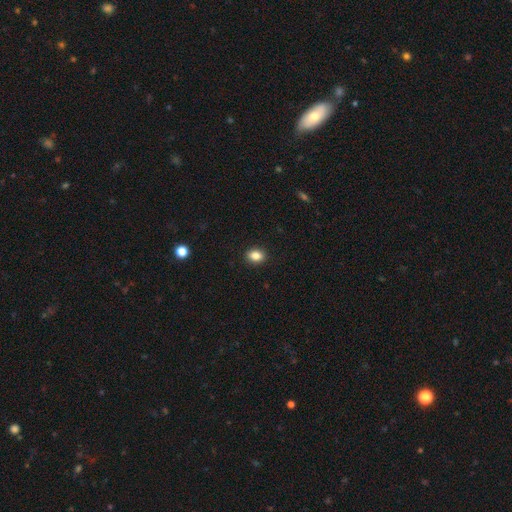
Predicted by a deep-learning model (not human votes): A smooth galaxy with no disk features (85%) that is in between round and cigar-shaped (62%).

Vote fractions:
- Smooth or featured? smooth: 85% / star or artifact: 10% / featured or disk: 5%
- How rounded? in between: 62% / round: 37% / cigar-shaped: 1%
- Merging? none: 91% / minor disturbance: 7% / major disturbance: 2% / merger: 1%